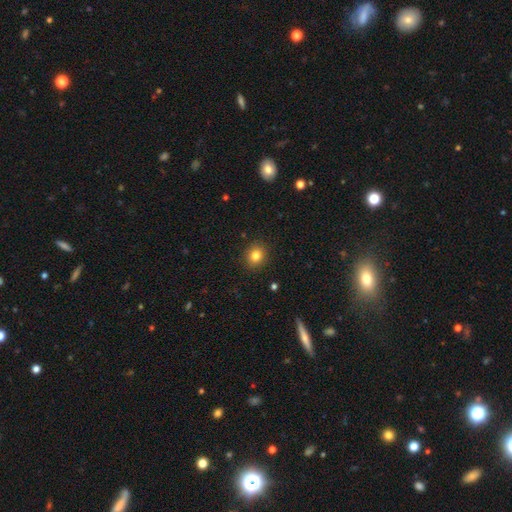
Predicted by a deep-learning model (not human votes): Q: Smooth or featured?
A: smooth (82%); runner-up: star or artifact (11%)
Q: How rounded?
A: round (73%); runner-up: in between (26%)
Q: Merging?
A: none (90%); runner-up: minor disturbance (7%)